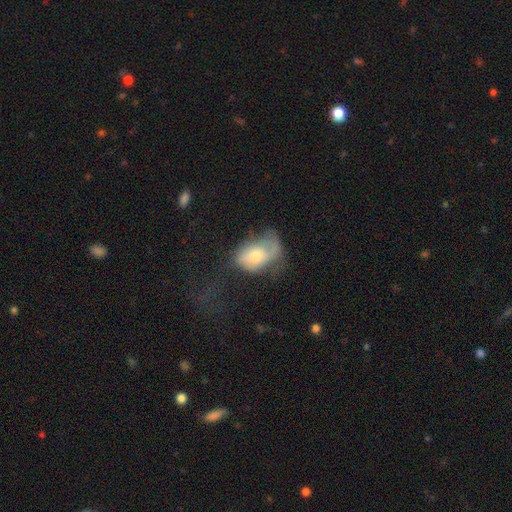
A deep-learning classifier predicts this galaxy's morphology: A smooth galaxy with no disk features (57%) that is in between round and cigar-shaped (83%).

Vote fractions:
- Smooth or featured? smooth: 57% / featured or disk: 34% / star or artifact: 9%
- How rounded? in between: 83% / round: 16% / cigar-shaped: 2%
- Merging? major disturbance: 44% / minor disturbance: 28% / none: 24% / merger: 4%